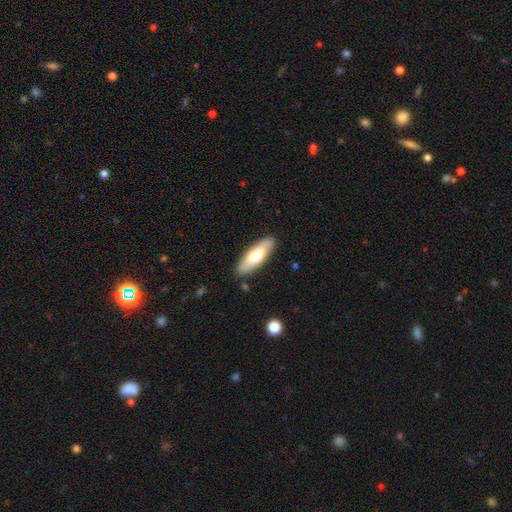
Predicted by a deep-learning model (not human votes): Smooth or featured?
  - smooth: 62% *
  - featured or disk: 32%
  - star or artifact: 5%
How rounded?
  - in between: 51% *
  - cigar-shaped: 47%
  - round: 2%
Merging?
  - none: 86% *
  - minor disturbance: 10%
  - major disturbance: 2%
  - merger: 2%